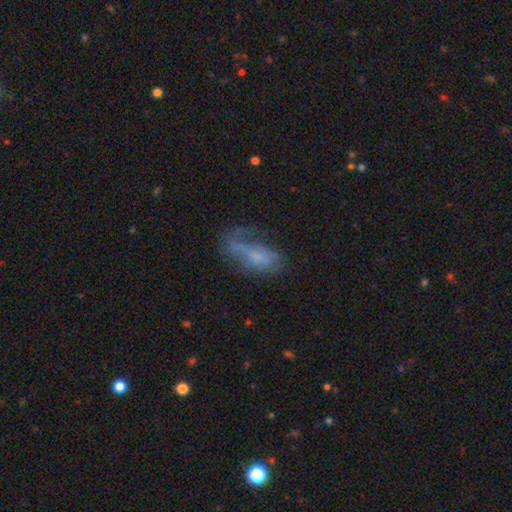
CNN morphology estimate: This appears to be a smooth galaxy with no disk features (45%). Merging: major disturbance (38%).